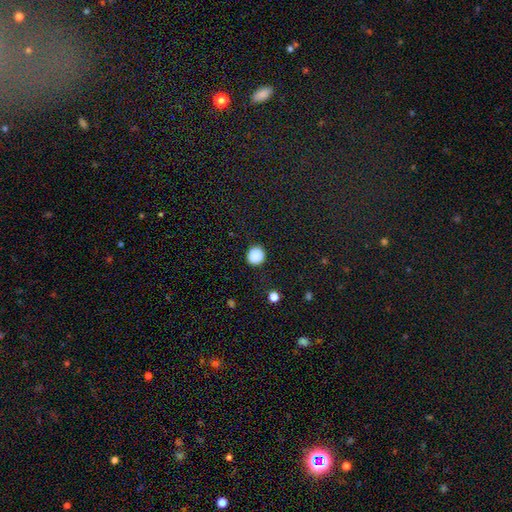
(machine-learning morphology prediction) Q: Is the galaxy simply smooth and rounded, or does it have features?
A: smooth — 88%.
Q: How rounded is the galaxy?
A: round — 89%.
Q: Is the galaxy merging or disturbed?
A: none — 90%.